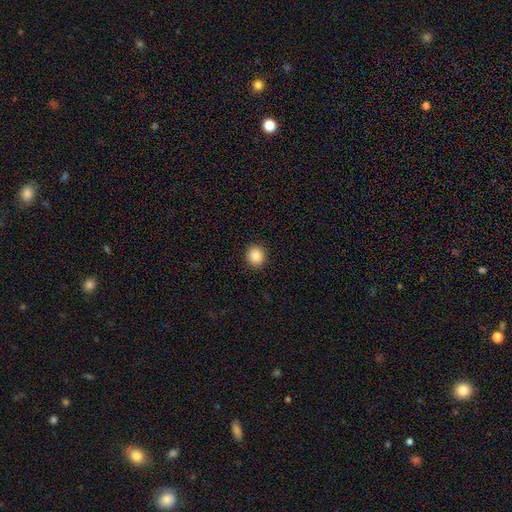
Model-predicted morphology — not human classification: Smooth or featured? smooth (88%)
How rounded? round (84%)
Merging? none (92%)